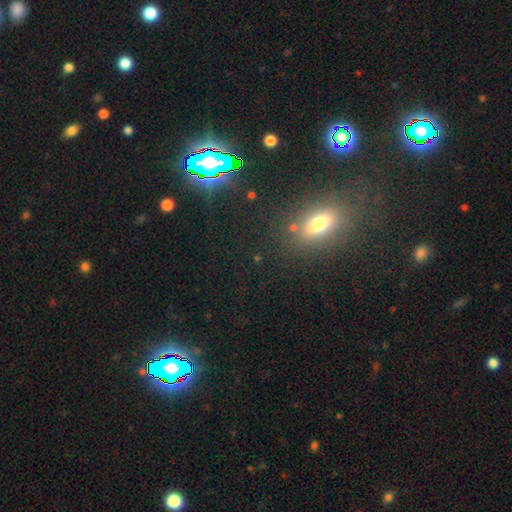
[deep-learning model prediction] Q: Smooth or featured?
A: star or artifact (46%); runner-up: smooth (40%)